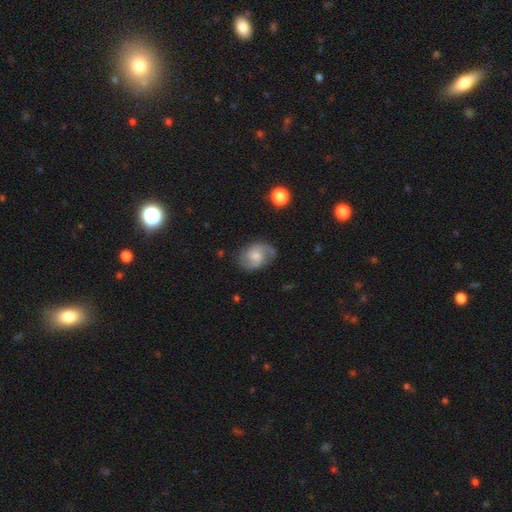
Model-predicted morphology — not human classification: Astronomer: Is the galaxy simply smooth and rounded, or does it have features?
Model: featured or disk — 69%.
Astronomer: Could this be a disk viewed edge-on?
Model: no — 97%.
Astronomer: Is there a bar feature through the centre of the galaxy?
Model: no — 55% (runner-up: weak, 39%).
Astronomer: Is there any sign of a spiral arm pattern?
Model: yes — 93%.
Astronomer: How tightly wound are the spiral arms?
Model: medium — 49% (runner-up: loose, 29%).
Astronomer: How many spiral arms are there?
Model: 2 — 84%.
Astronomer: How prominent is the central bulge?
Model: moderate — 44% (runner-up: small, 41%).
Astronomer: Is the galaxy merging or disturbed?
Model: none — 72%.